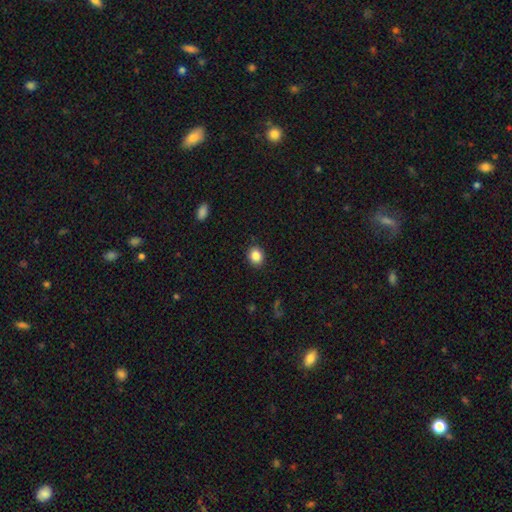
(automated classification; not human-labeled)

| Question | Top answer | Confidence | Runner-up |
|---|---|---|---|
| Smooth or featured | smooth | 86% | star or artifact (10%) |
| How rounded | round | 67% | in between (32%) |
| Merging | none | 90% | minor disturbance (7%) |